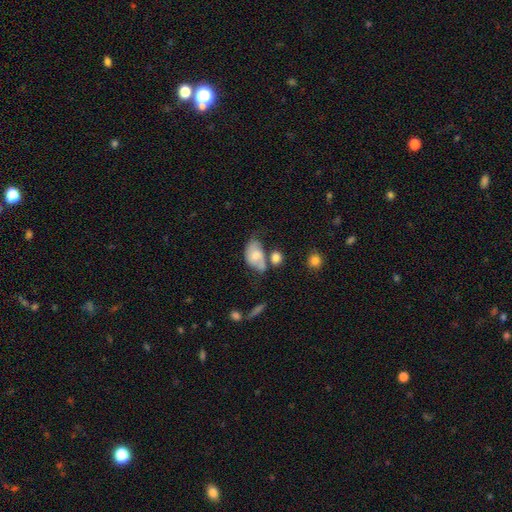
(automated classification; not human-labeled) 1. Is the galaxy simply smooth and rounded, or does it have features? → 58% smooth, 34% featured or disk, 8% star or artifact.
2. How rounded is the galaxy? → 88% in between, 11% round, 2% cigar-shaped.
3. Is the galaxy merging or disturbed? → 29% none, 27% minor disturbance, 24% merger, 20% major disturbance.